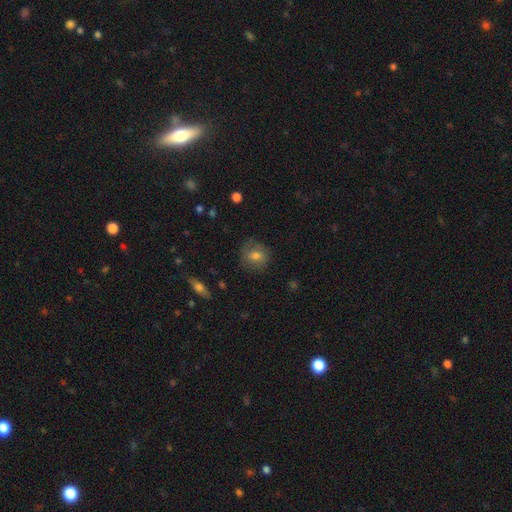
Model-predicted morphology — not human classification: smooth 70%, featured or disk 21%, star or artifact 9%. Down the decision tree: how rounded — round (78%); merging — none (73%).